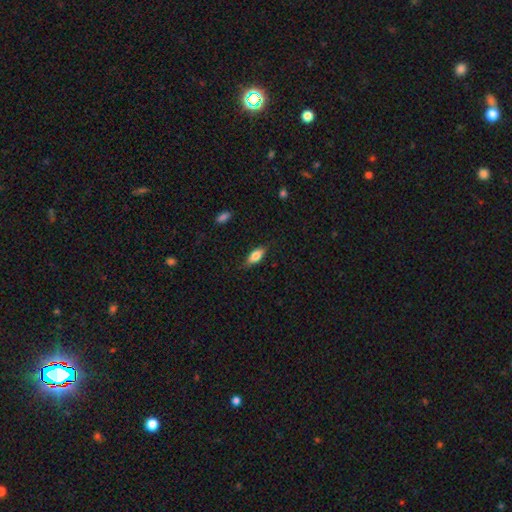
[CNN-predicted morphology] This is likely a smooth galaxy (78%). How rounded: clearly in between (80%). Merging: clearly none (82%).